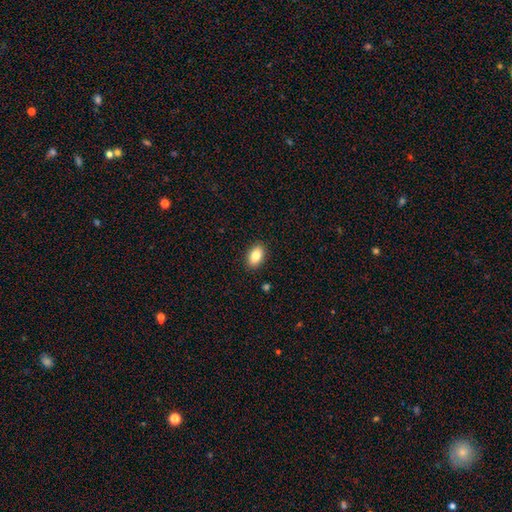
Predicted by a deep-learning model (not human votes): Smooth or featured: smooth — 85% (star or artifact — 8%)
How rounded: in between — 91% (round — 7%)
Merging: none — 90% (minor disturbance — 7%)